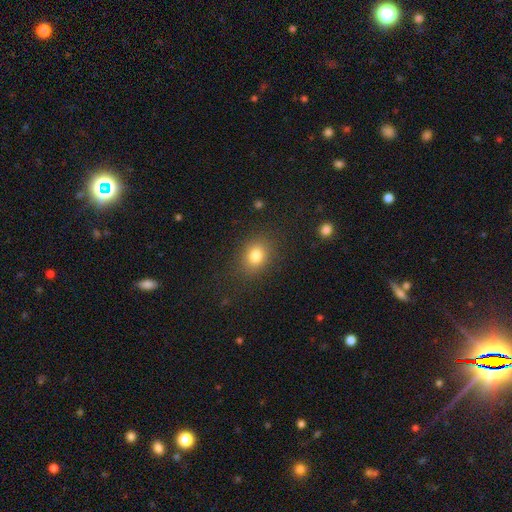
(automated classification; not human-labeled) Q: Smooth or featured?
A: smooth (81%); runner-up: star or artifact (11%)
Q: How rounded?
A: in between (52%); runner-up: round (47%)
Q: Merging?
A: none (84%); runner-up: minor disturbance (11%)